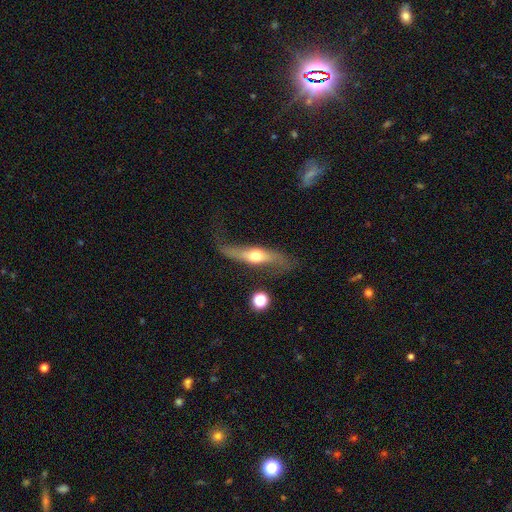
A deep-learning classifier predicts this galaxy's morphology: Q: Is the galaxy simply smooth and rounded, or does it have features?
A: featured or disk — 65%.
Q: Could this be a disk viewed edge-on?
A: yes — 52%.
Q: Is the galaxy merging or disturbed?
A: none — 54%.